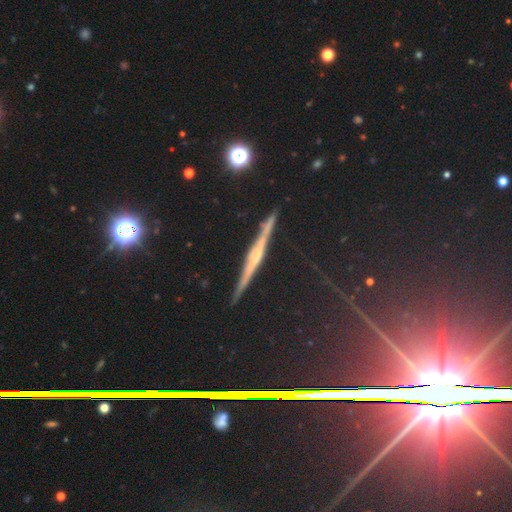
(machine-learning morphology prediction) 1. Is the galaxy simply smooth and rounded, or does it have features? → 60% featured or disk, 22% star or artifact, 17% smooth.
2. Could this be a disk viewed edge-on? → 95% yes, 5% no.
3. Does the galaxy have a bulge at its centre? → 45% rounded, 35% none, 20% boxy.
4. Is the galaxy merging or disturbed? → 88% none, 8% minor disturbance, 2% major disturbance, 2% merger.